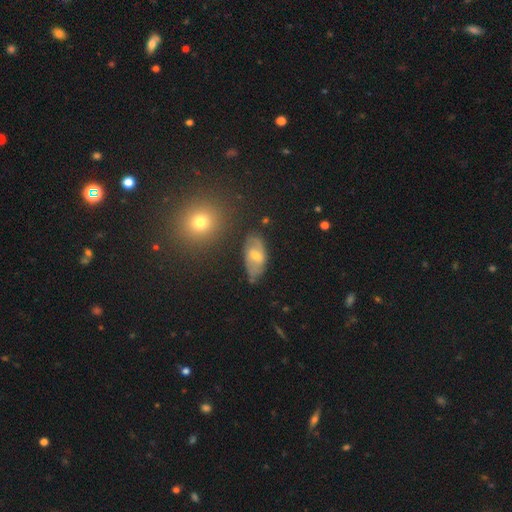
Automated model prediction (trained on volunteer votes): Smooth or featured? Predicted: featured or disk (p=0.54). Edge-on disk? Predicted: no (p=0.90). Merging? Predicted: none (p=0.69).